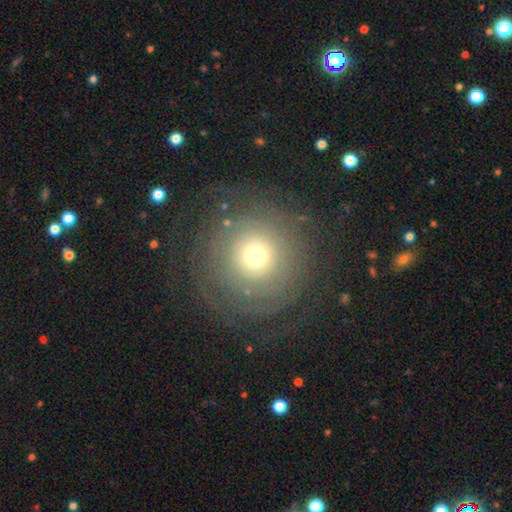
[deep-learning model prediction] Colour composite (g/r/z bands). It shows a featured or disk galaxy (58%) with no bar (88%), spiral arms (75%) and a moderate central bulge (52%). Merging: none (75%).